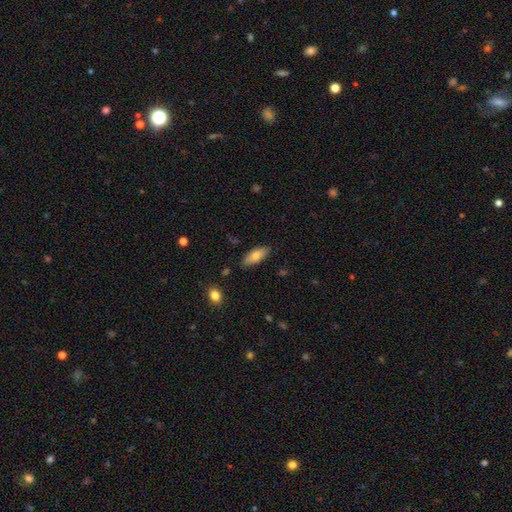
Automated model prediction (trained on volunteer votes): The model was most divided on "how rounded": in between: 77%, cigar-shaped: 21%, round: 2%. More confident: merging — none (84%); smooth or featured — smooth (76%).